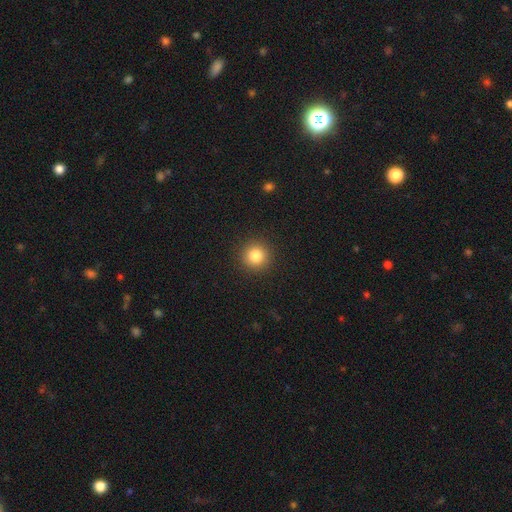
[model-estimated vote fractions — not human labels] smooth 83%, star or artifact 11%, featured or disk 6%. Down the decision tree: how rounded — round (95%); merging — none (92%).